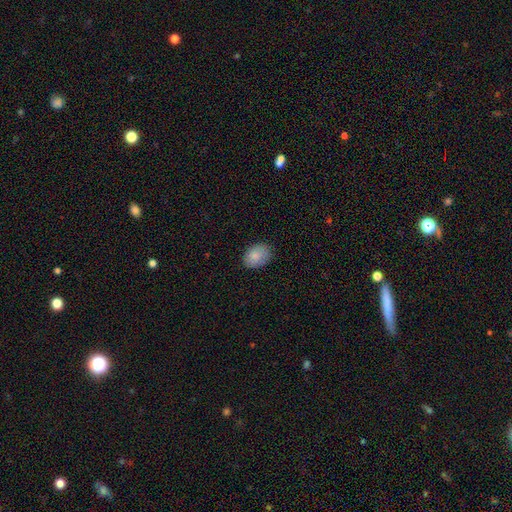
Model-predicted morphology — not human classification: This is clearly a smooth galaxy (86%). How rounded: likely in between (79%). Merging: clearly none (84%).